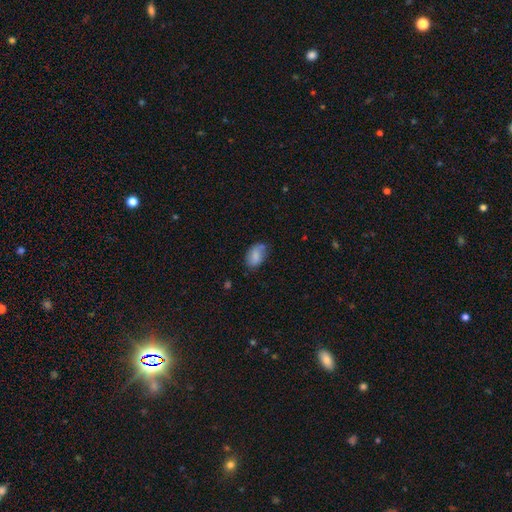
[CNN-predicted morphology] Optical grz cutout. It shows a smooth galaxy with no disk features (76%) that is in between round and cigar-shaped (86%). Merging: none (56%).